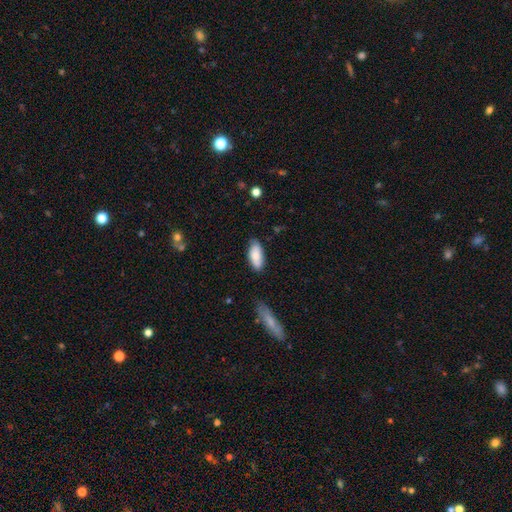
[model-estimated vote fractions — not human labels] The model was most divided on "merging": none: 76%, minor disturbance: 18%, major disturbance: 3%, merger: 2%. More confident: how rounded — in between (86%); smooth or featured — smooth (79%).